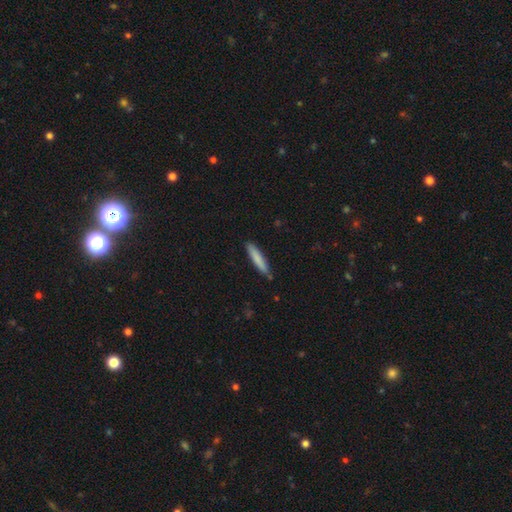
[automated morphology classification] Smooth or featured? smooth (81%)
How rounded? cigar-shaped (91%)
Merging? none (86%)